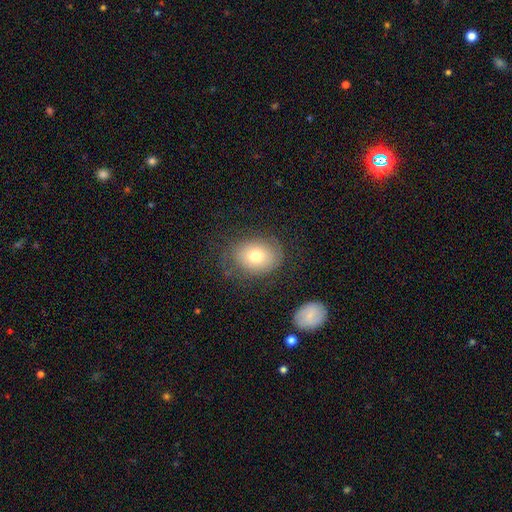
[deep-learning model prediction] This appears to be a smooth galaxy with no disk features (66%) that is in between round and cigar-shaped (57%). Merging: none (71%).